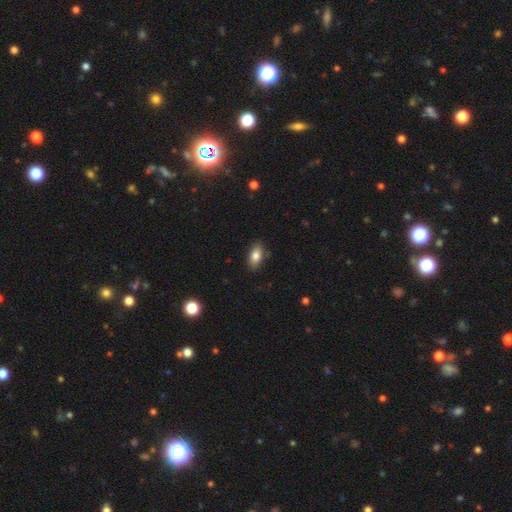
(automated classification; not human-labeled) Smooth or featured? smooth (82%)
How rounded? in between (90%)
Merging? none (85%)